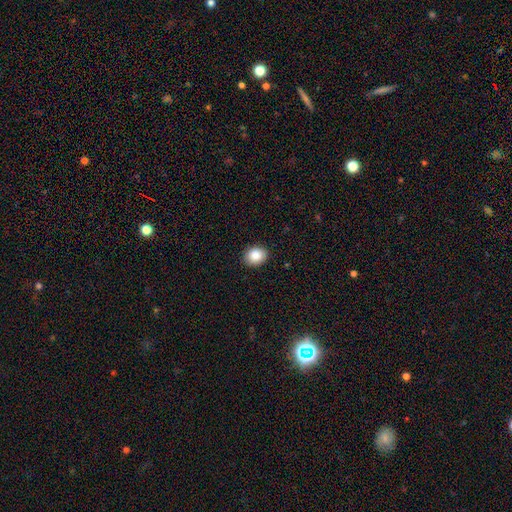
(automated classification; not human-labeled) smooth-or-featured: smooth: 87% | star or artifact: 8% | featured or disk: 5%
  how-rounded: in between: 52% | round: 47% | cigar-shaped: 1%
  merging: none: 90% | minor disturbance: 8% | major disturbance: 2% | merger: 1%